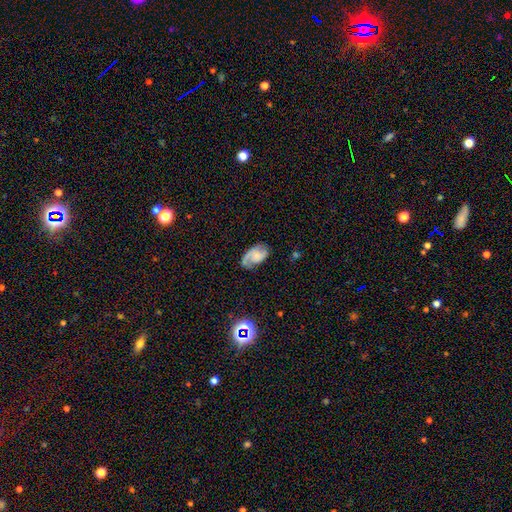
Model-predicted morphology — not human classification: type=featured or disk (67%); edge-on=no (97%); bar=no (63%); spiral arms=yes (93%); winding=medium (46%); arm count=2 (70%); bulge=none (44%); merging=none (64%).